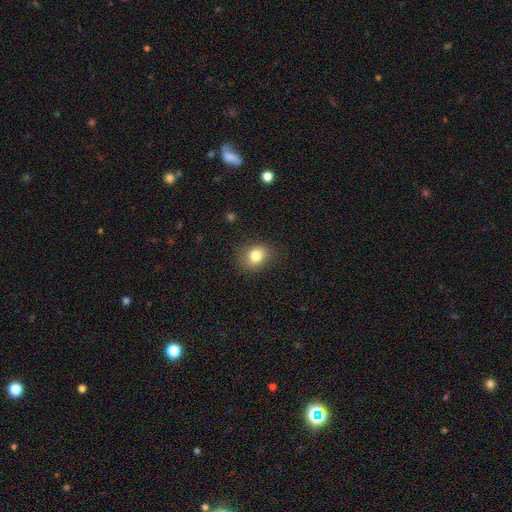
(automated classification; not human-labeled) smooth 81%, star or artifact 11%, featured or disk 8%. Down the decision tree: how rounded — round (52%); merging — none (81%).